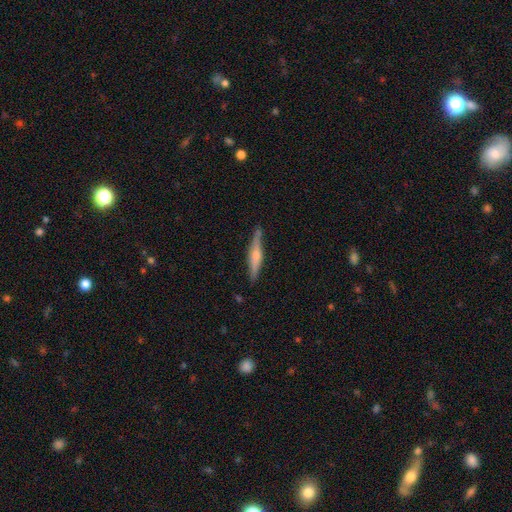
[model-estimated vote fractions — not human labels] Smooth or featured? featured or disk (64%)
Edge-on disk? yes (96%)
Edge-on bulge? rounded (80%)
Merging? none (86%)